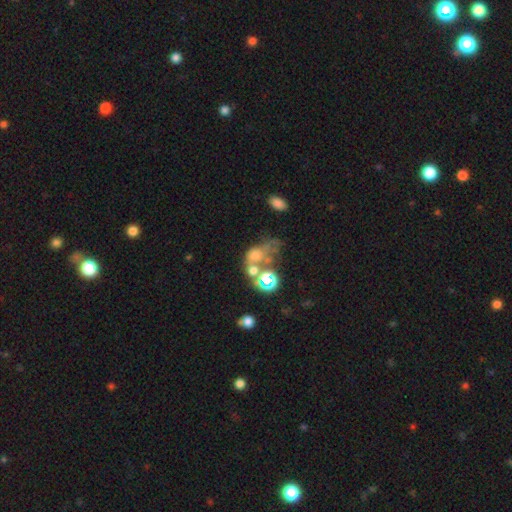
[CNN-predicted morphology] The model was most divided on "smooth or featured": smooth: 42%, featured or disk: 34%, star or artifact: 24%. Remaining: merging — merger (41%).